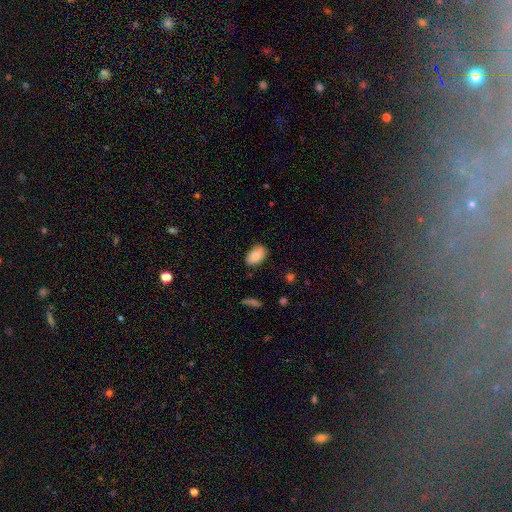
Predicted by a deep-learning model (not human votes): This appears to be a smooth galaxy with no disk features (83%) that is in between round and cigar-shaped (89%). Merging: none (80%).